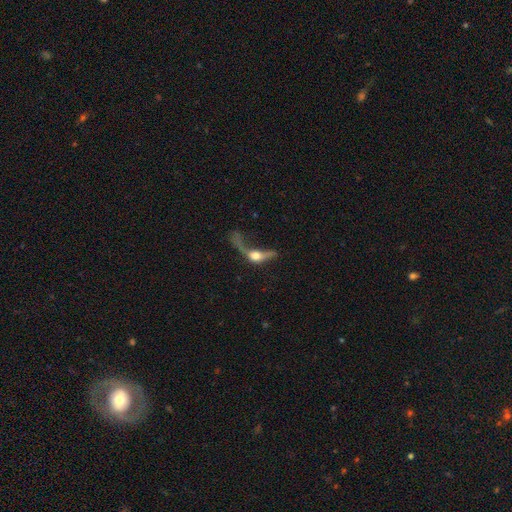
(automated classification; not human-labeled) smooth_or_featured: featured or disk (p=0.51) [alt: smooth p=0.38]
disk_edge_on: no (p=0.56) [alt: yes p=0.44]
merging: major disturbance (p=0.57) [alt: none p=0.19]